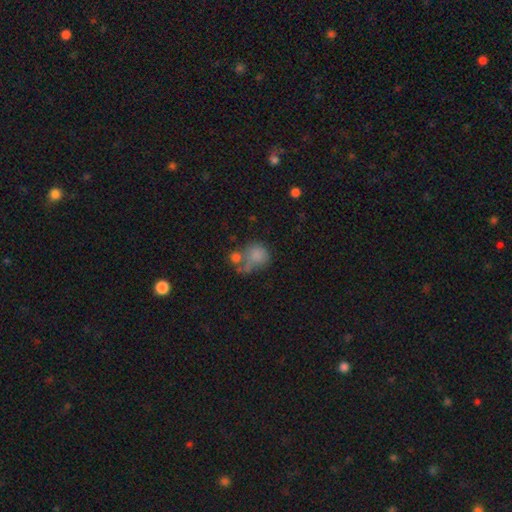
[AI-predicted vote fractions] This is likely a smooth galaxy (75%). How rounded: likely round (66%). Merging: marginally merger (38%).